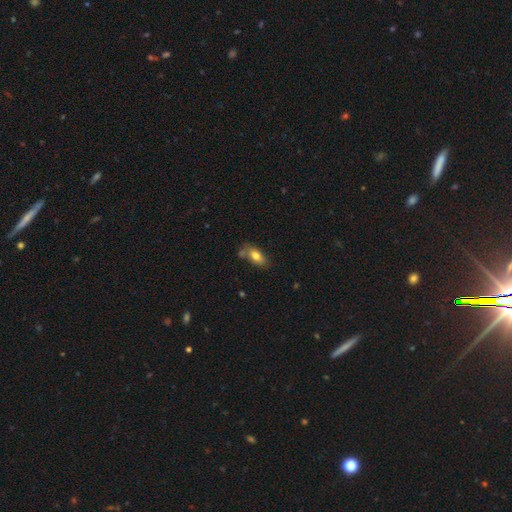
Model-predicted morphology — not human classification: smooth 76%, featured or disk 16%, star or artifact 8%. Down the decision tree: how rounded — in between (86%); merging — none (61%).